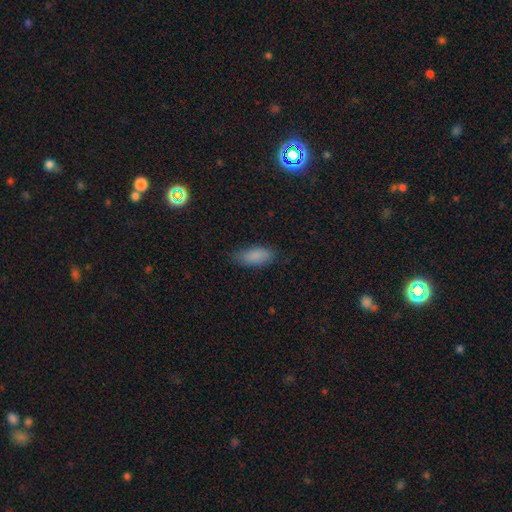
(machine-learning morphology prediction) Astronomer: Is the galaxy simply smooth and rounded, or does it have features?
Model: smooth — 86%.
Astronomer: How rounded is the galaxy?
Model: in between — 87%.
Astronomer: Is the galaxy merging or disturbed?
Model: none — 78%.